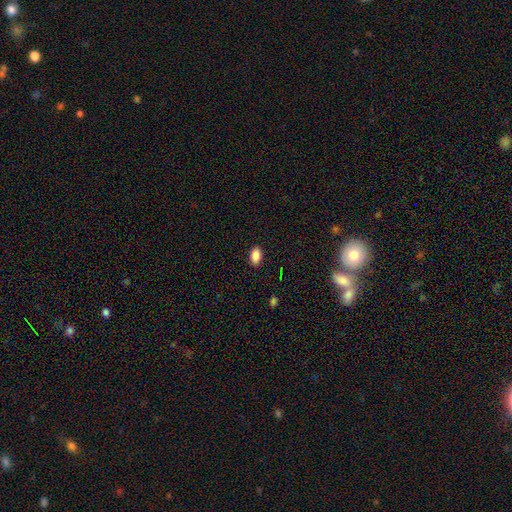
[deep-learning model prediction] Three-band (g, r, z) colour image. It shows a smooth galaxy with no disk features (88%) that is in between round and cigar-shaped (92%). Merging: none (88%).